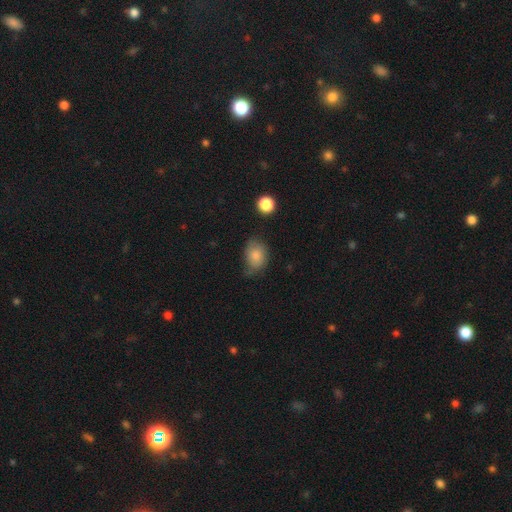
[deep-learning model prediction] This appears to be a smooth galaxy with no disk features (78%) that is in between round and cigar-shaped (64%). Merging: none (51%).